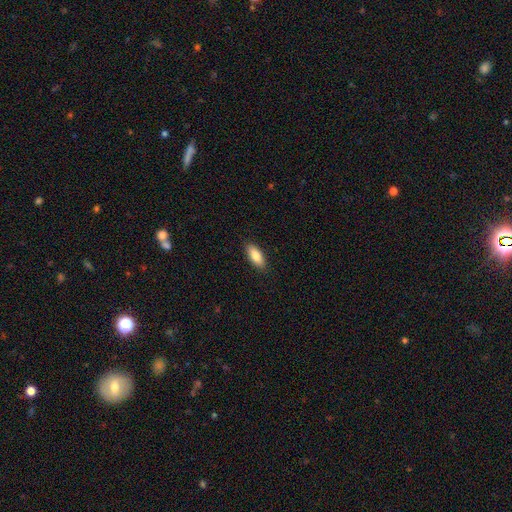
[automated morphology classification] Smooth or featured?
  - smooth: 82% *
  - featured or disk: 11%
  - star or artifact: 6%
How rounded?
  - in between: 79% *
  - cigar-shaped: 19%
  - round: 2%
Merging?
  - none: 89% *
  - minor disturbance: 9%
  - major disturbance: 2%
  - merger: 1%